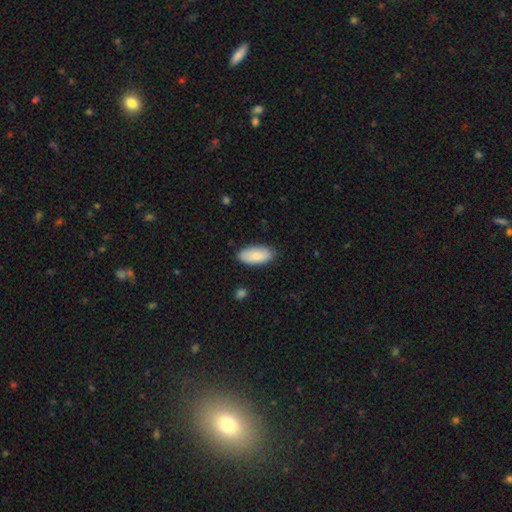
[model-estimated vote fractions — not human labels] The model was most divided on "merging": none: 84%, minor disturbance: 13%, major disturbance: 2%, merger: 1%. More confident: how rounded — in between (93%); smooth or featured — smooth (84%).